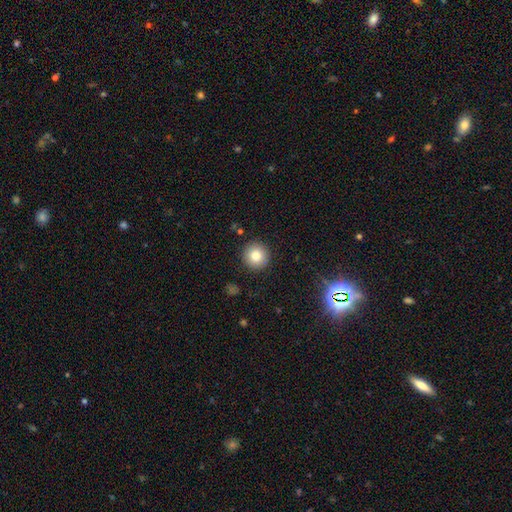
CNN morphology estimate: smooth-or-featured: smooth: 83% | star or artifact: 10% | featured or disk: 7%
  how-rounded: round: 95% | in between: 4% | cigar-shaped: 1%
  merging: none: 91% | minor disturbance: 6% | major disturbance: 2% | merger: 1%